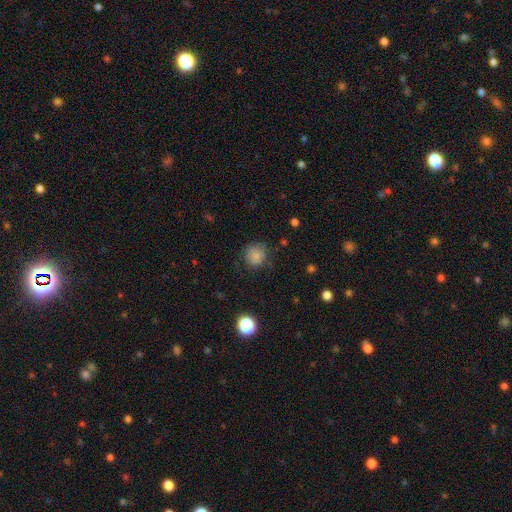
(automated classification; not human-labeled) This appears to be a smooth galaxy with no disk features (82%) that is round (86%). Merging: none (72%).